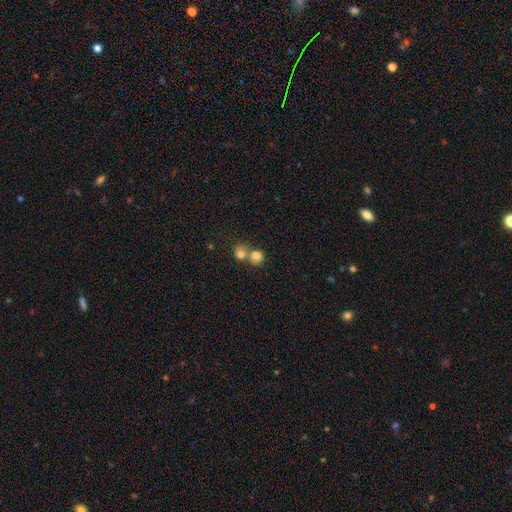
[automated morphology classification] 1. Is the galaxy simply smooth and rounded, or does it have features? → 79% smooth, 11% star or artifact, 10% featured or disk.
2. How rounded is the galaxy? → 81% round, 18% in between, 1% cigar-shaped.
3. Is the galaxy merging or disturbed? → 52% merger, 39% none, 6% minor disturbance, 3% major disturbance.